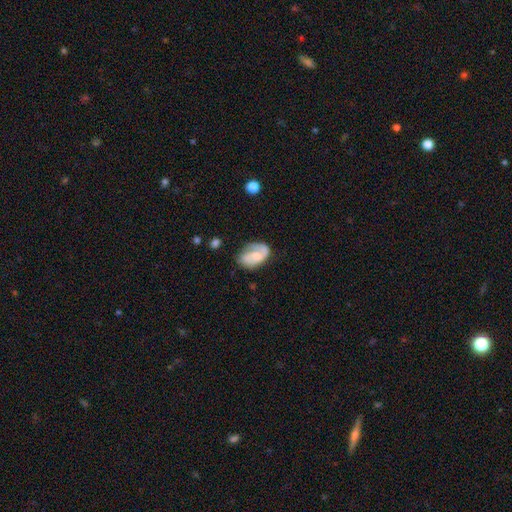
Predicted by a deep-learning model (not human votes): featured or disk 65%, smooth 29%, star or artifact 6%. Down the decision tree: edge-on disk — no (97%); bar — no (60%); spiral arms — yes (87%); spiral arm count — 2 (51%); spiral winding — medium (41%); bulge size — small (41%); merging — none (59%).